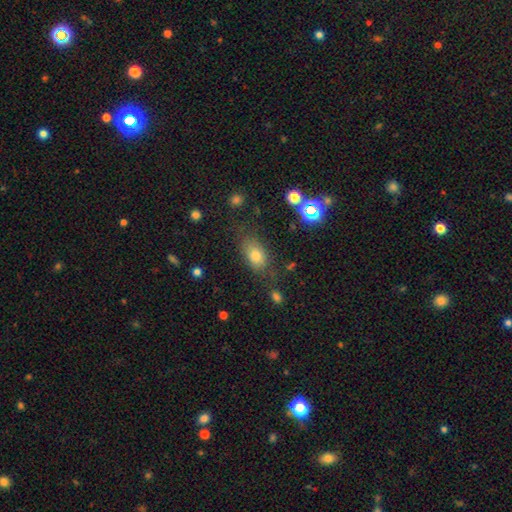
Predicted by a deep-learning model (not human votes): This is likely a smooth galaxy (74%). How rounded: likely in between (79%). Merging: likely none (73%).